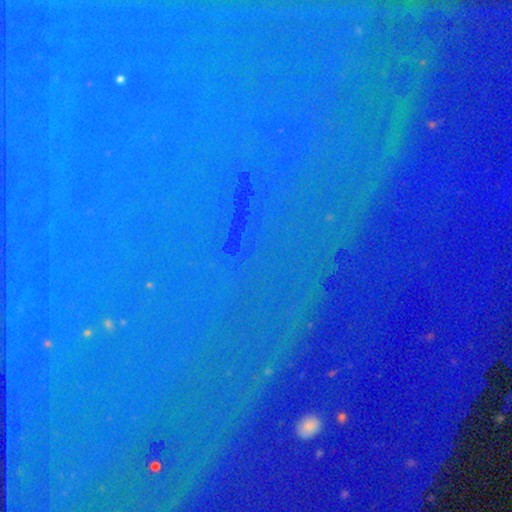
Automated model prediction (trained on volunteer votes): Smooth or featured? Predicted: star or artifact (p=0.86).